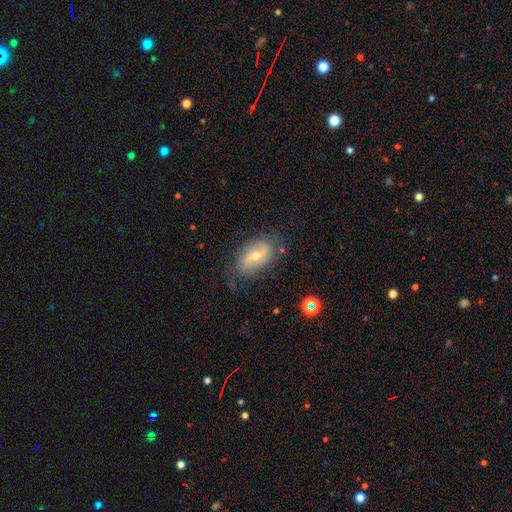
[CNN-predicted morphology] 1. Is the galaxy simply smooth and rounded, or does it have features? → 54% featured or disk, 37% smooth, 9% star or artifact.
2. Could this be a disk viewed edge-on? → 91% no, 9% yes.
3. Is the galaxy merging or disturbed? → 67% none, 23% minor disturbance, 8% major disturbance, 2% merger.